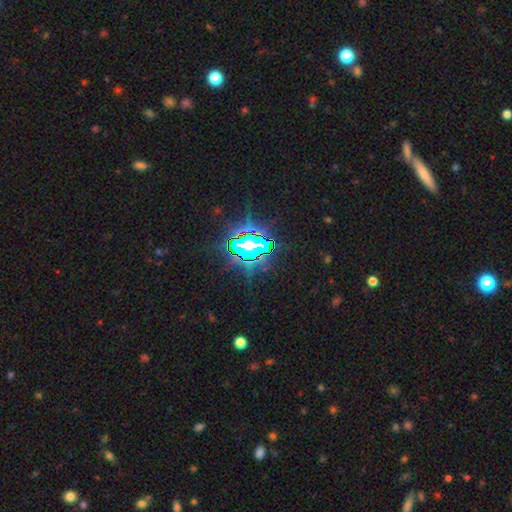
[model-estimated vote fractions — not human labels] A star or artifact, not a galaxy (81%).